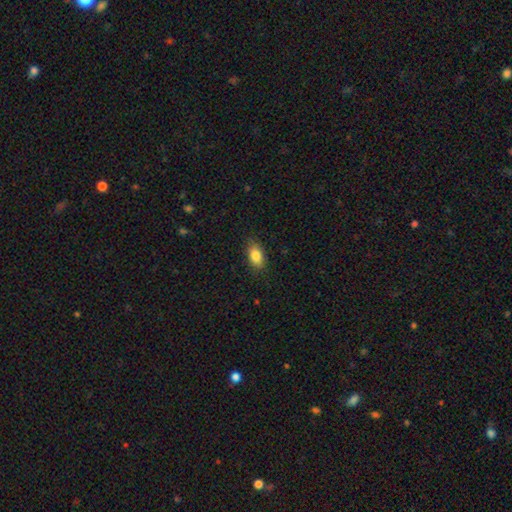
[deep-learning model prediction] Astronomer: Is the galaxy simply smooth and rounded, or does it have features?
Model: smooth — 85%.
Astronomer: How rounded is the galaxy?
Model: in between — 89%.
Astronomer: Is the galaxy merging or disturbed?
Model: none — 85%.